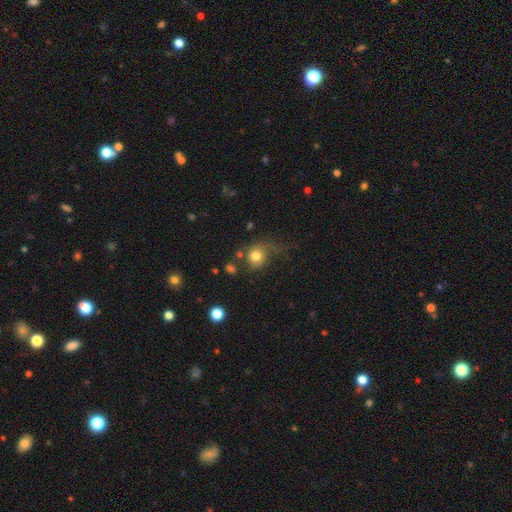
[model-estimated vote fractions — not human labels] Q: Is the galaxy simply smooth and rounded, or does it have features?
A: smooth — 77%.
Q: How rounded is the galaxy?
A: round — 81%.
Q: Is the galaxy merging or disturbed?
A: none — 48%.